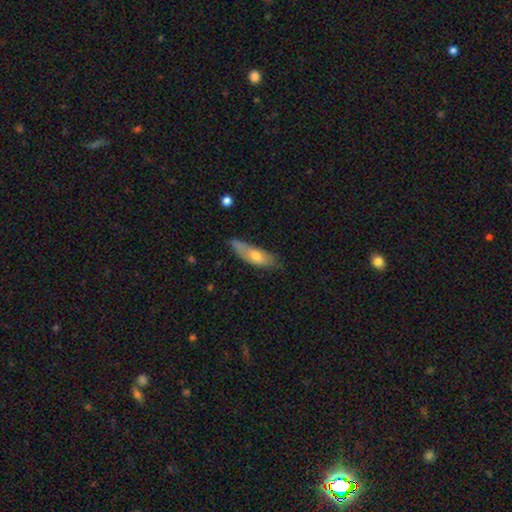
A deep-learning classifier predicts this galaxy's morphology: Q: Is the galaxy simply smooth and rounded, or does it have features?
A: smooth — 65%.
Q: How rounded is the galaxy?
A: in between — 56%.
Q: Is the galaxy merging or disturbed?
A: none — 53%.